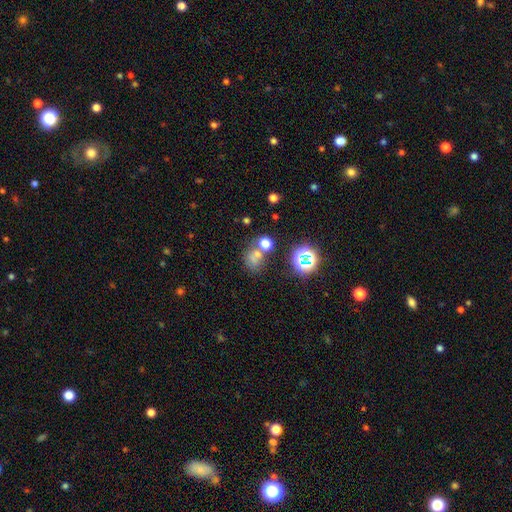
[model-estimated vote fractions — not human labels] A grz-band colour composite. It shows a smooth galaxy with no disk features (59%) that is round (63%). Merging: none (46%).